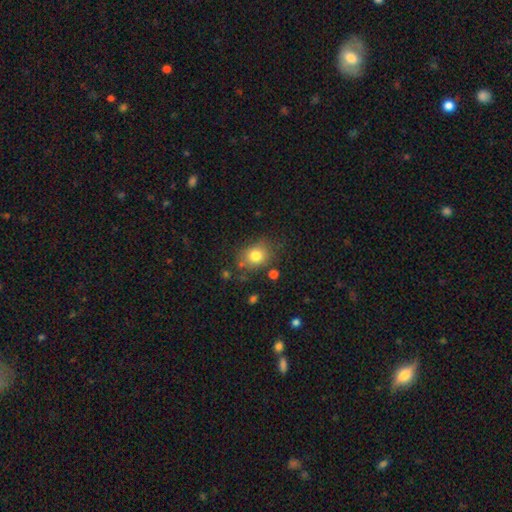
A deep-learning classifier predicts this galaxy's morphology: The model was most divided on "how rounded": round: 57%, in between: 42%, cigar-shaped: 1%. More confident: smooth or featured — smooth (80%); merging — none (74%).